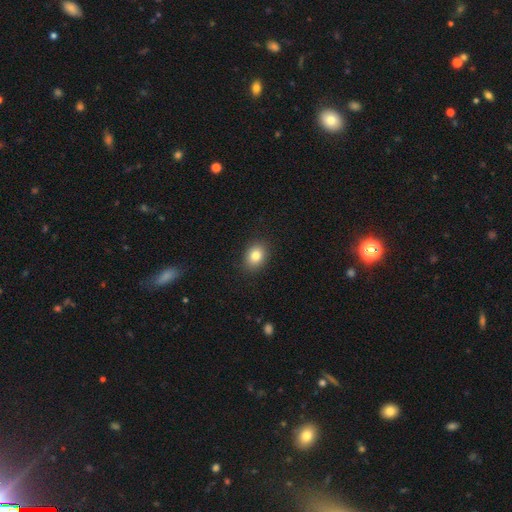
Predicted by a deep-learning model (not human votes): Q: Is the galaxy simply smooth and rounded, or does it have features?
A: smooth — 82%.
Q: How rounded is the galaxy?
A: in between — 59%.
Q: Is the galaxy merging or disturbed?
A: none — 89%.